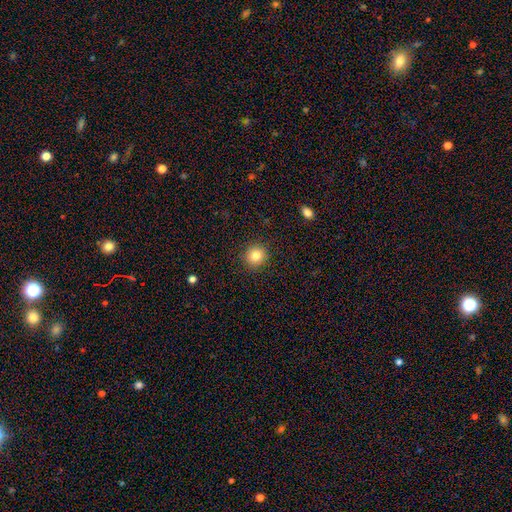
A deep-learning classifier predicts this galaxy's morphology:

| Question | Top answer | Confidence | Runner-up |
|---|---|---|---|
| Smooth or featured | smooth | 83% | star or artifact (11%) |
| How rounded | round | 90% | in between (9%) |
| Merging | none | 91% | minor disturbance (6%) |